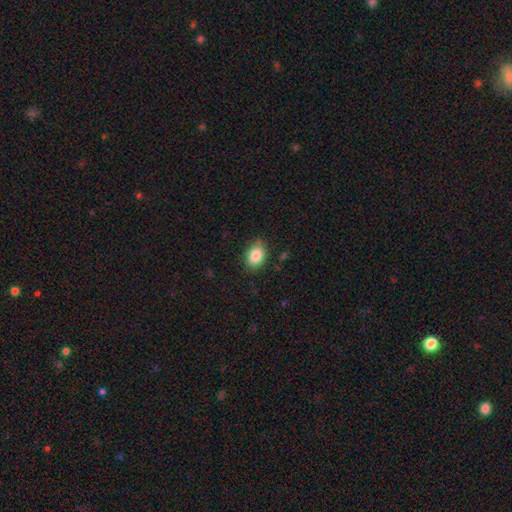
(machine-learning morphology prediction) Q: Smooth or featured?
A: smooth (86%); runner-up: star or artifact (8%)
Q: How rounded?
A: in between (76%); runner-up: round (23%)
Q: Merging?
A: none (81%); runner-up: minor disturbance (15%)